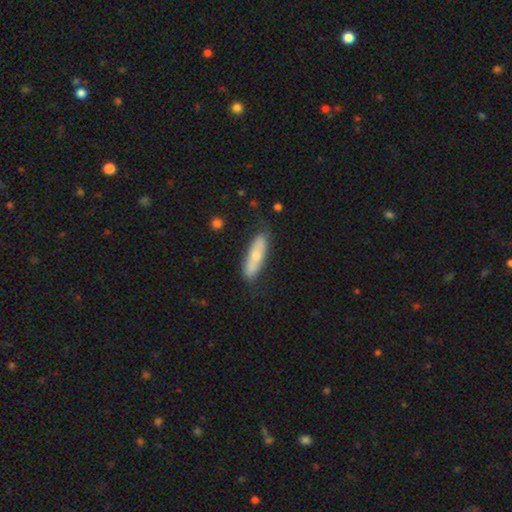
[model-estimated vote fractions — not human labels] Overall: smooth (58%; featured or disk 36%). How rounded: cigar-shaped (56%; in between 42%). Merging: none (75%).